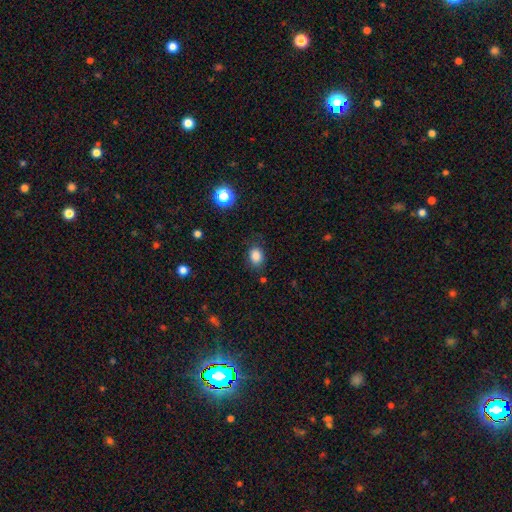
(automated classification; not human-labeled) smooth 84%, star or artifact 11%, featured or disk 5%. Down the decision tree: how rounded — in between (56%); merging — none (78%).